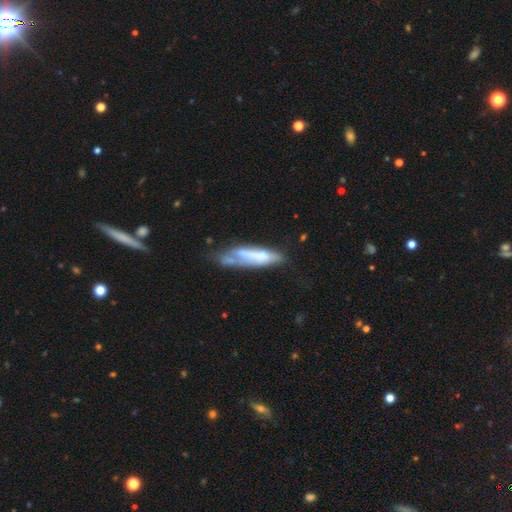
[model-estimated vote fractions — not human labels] smooth_or_featured: smooth (p=0.47) [alt: featured or disk p=0.44]
merging: none (p=0.38) [alt: minor disturbance p=0.30]